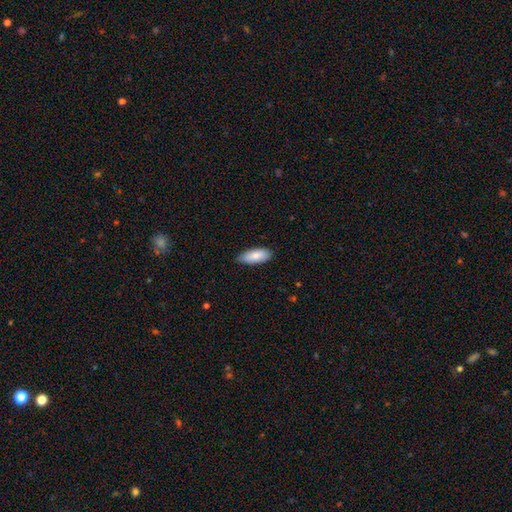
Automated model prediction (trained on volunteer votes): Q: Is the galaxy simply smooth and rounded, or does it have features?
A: smooth — 82%.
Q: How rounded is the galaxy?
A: in between — 85%.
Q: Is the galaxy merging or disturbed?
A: none — 81%.